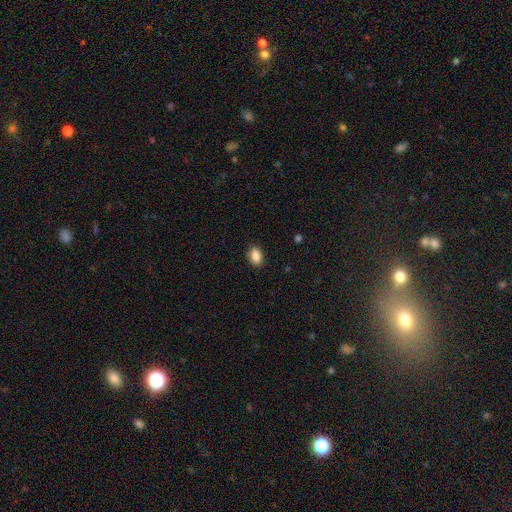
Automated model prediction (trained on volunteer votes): This is clearly a smooth galaxy (88%). How rounded: clearly in between (88%). Merging: clearly none (88%).